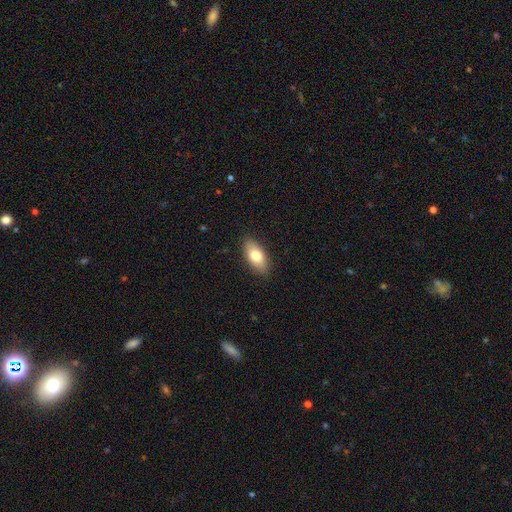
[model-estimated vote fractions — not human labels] Smooth or featured? smooth (77%)
How rounded? in between (89%)
Merging? none (88%)